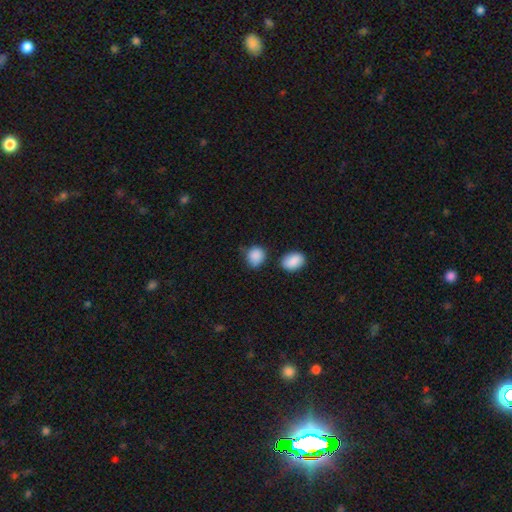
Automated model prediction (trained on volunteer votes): Smooth or featured? smooth (88%)
How rounded? round (75%)
Merging? none (69%)